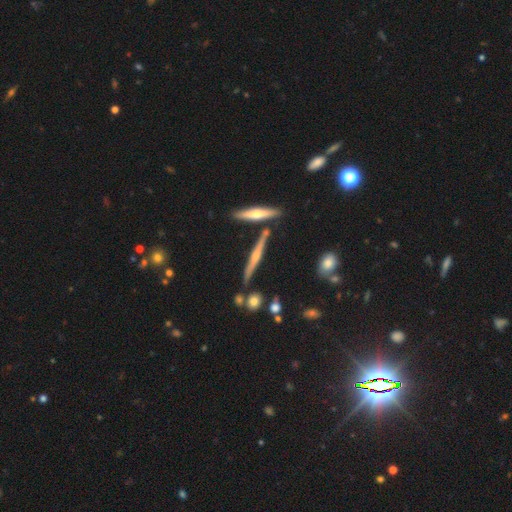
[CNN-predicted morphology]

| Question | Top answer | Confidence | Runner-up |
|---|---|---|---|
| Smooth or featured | featured or disk | 70% | smooth (22%) |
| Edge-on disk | yes | 97% | no (3%) |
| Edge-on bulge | rounded | 79% | none (13%) |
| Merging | none | 80% | minor disturbance (10%) |